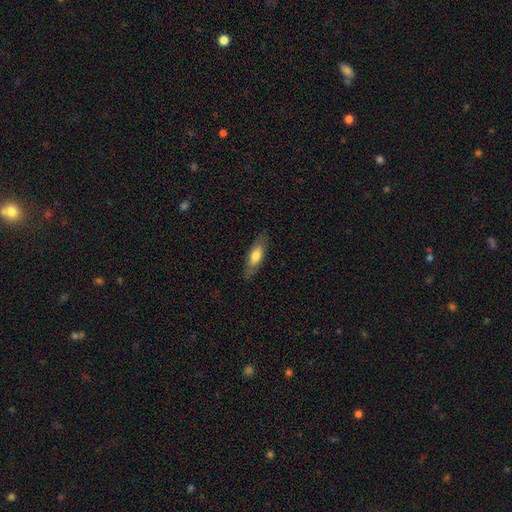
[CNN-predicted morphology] This appears to be a smooth galaxy with no disk features (66%) that is in between round and cigar-shaped (57%). Merging: none (82%).